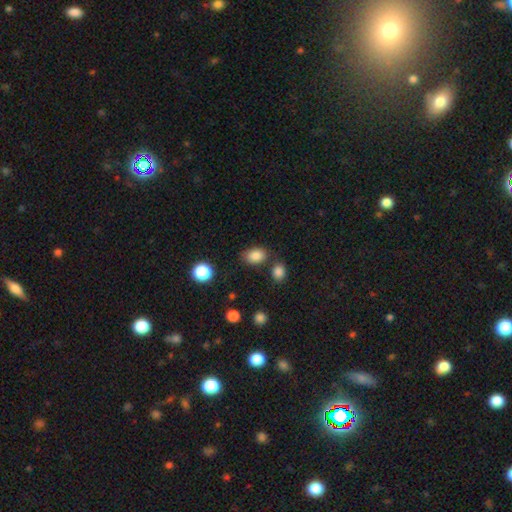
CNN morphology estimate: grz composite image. It shows a smooth galaxy with no disk features (85%) that is in between round and cigar-shaped (78%). Merging: none (72%).